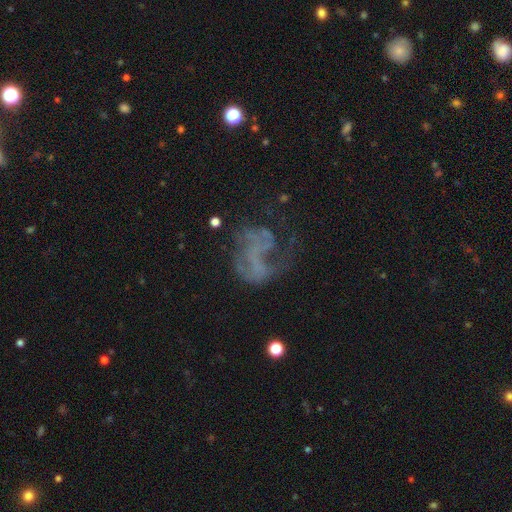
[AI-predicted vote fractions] Smooth or featured?
  - featured or disk: 60% *
  - star or artifact: 20%
  - smooth: 20%
Edge-on disk?
  - no: 98% *
  - yes: 2%
Bar?
  - no: 78% *
  - weak: 16%
  - strong: 6%
Spiral arms?
  - no: 51% *
  - yes: 49%
Bulge size?
  - none: 83% *
  - small: 9%
  - moderate: 4%
  - large: 2%
  - dominant: 1%
Merging?
  - major disturbance: 44% *
  - none: 35%
  - minor disturbance: 17%
  - merger: 4%